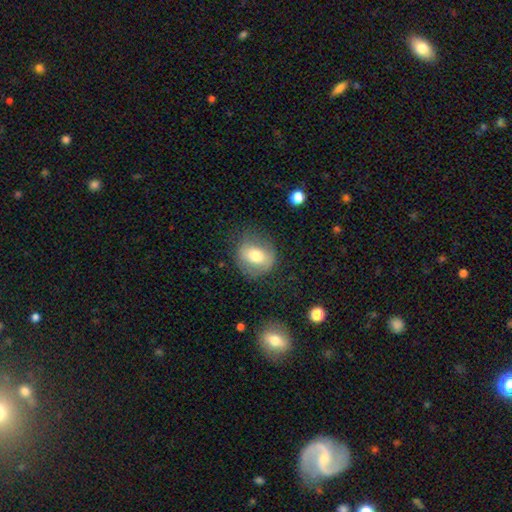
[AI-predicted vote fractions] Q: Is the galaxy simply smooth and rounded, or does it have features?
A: smooth — 64%.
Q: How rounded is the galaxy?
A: round — 72%.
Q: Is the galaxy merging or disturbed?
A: none — 70%.